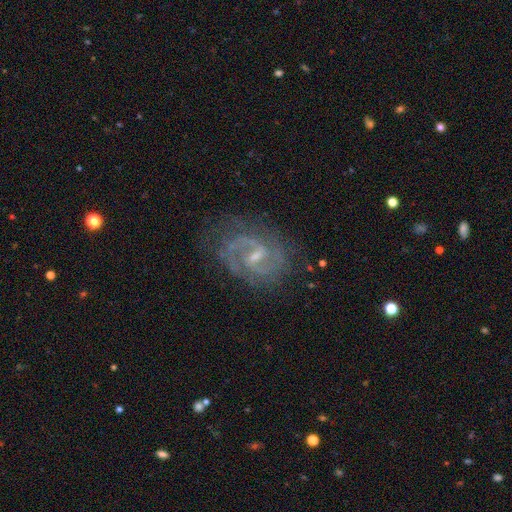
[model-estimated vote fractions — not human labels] The model was most divided on "spiral winding": medium: 56%, tight: 31%, loose: 14%. More confident: edge-on disk — no (98%); spiral arms — yes (97%); smooth or featured — featured or disk (90%); spiral arm count — 2 (84%); merging — none (73%); bulge size — small (62%); bar — weak (62%).